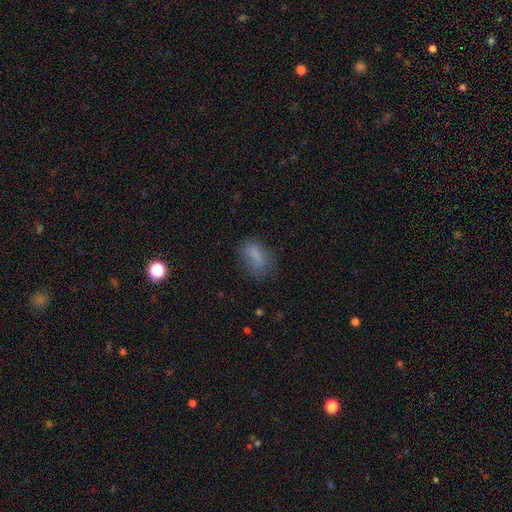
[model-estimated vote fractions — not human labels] smooth_or_featured: smooth (p=0.78) [alt: star or artifact p=0.11]
how_rounded: in between (p=0.86) [alt: round p=0.09]
merging: none (p=0.64) [alt: minor disturbance p=0.24]